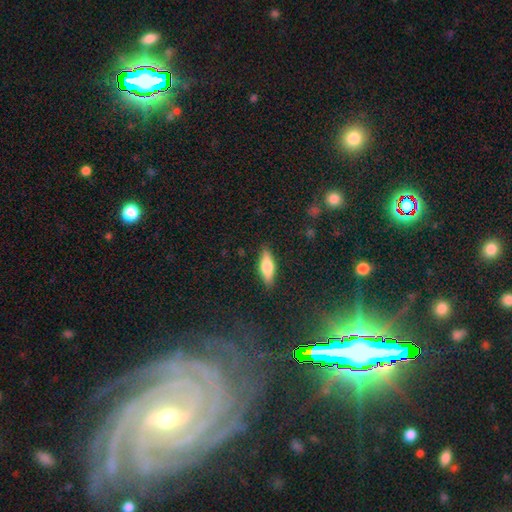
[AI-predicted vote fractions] Smooth or featured? featured or disk (58%)
Edge-on disk? no (82%)
Merging? none (76%)